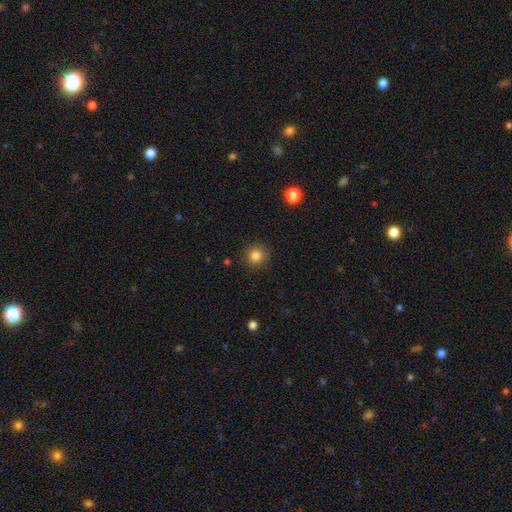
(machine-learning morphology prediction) type=smooth (83%); roundness=round (94%); merging=none (91%).